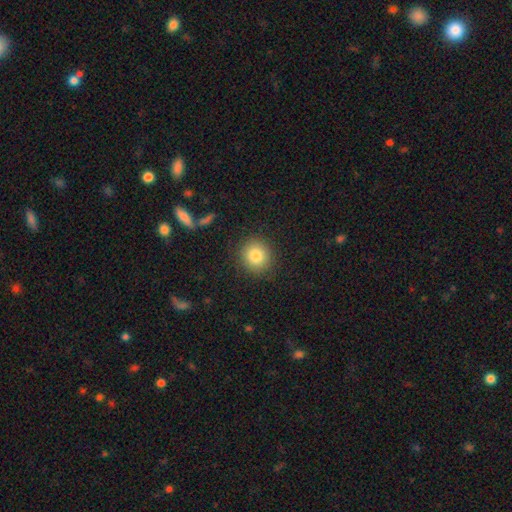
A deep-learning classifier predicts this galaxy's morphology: smooth 83%, star or artifact 10%, featured or disk 7%. Down the decision tree: how rounded — round (88%); merging — none (89%).